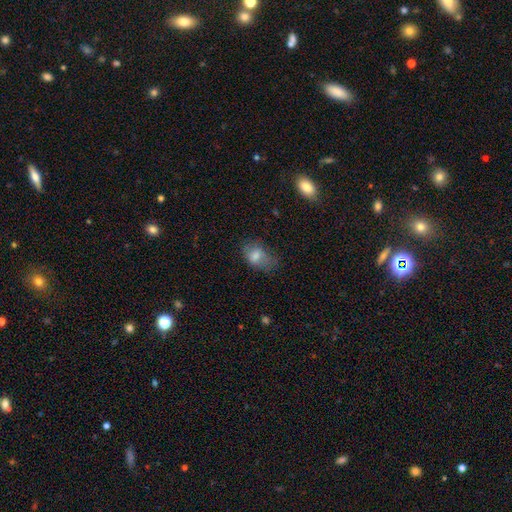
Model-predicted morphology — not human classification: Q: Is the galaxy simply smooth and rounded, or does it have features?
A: smooth — 72%.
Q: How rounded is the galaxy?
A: in between — 84%.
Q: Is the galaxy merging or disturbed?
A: none — 49%.